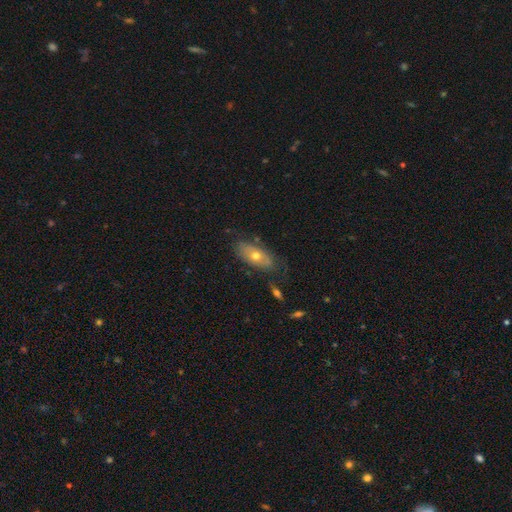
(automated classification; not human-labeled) A smooth galaxy with no disk features (51%) that is in between round and cigar-shaped (85%). Merging: none (70%).